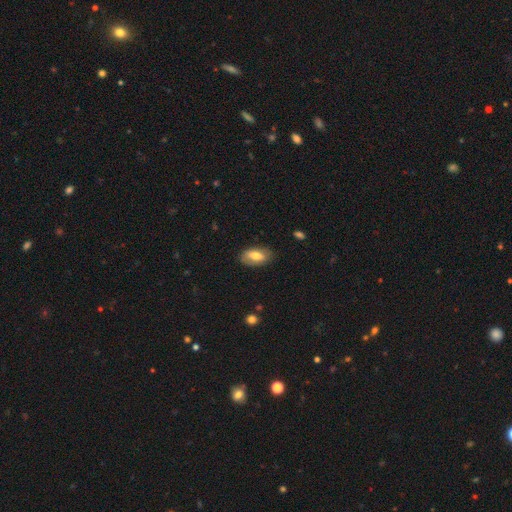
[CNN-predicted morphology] smooth_or_featured: smooth (p=0.68) [alt: featured or disk p=0.26]
how_rounded: in between (p=0.91) [alt: cigar-shaped p=0.05]
merging: none (p=0.80) [alt: minor disturbance p=0.15]